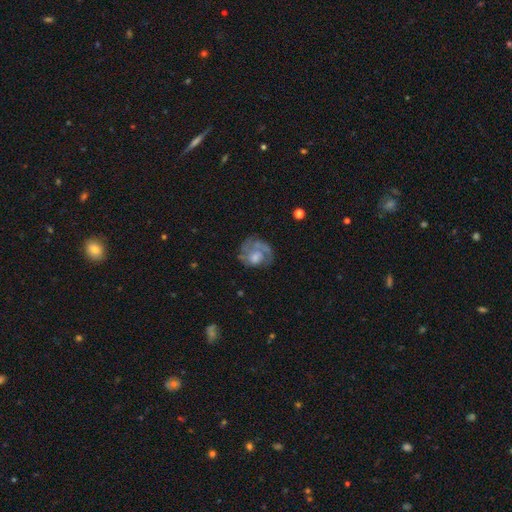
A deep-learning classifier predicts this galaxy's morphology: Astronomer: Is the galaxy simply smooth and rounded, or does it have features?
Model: featured or disk — 62%.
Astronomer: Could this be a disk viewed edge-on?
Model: no — 98%.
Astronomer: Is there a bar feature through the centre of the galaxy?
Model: no — 78%.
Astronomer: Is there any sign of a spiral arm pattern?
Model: yes — 65%.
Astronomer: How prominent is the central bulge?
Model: moderate — 31%, tied with none at 31%.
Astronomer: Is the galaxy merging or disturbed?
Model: none — 50% (runner-up: major disturbance, 26%).